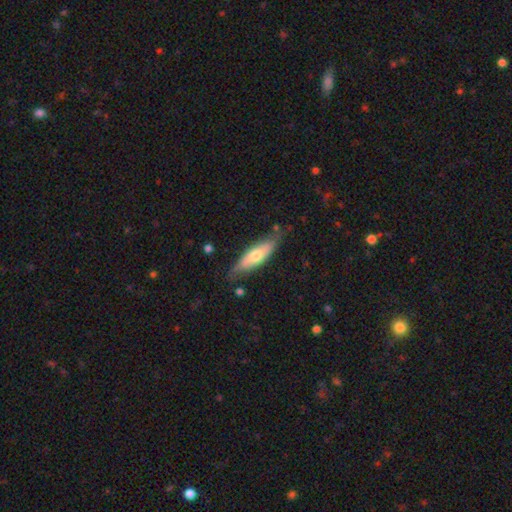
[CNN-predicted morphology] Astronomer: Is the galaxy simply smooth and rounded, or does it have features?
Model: smooth — 55% (runner-up: featured or disk, 39%).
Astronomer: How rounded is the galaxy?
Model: cigar-shaped — 51% (runner-up: in between, 48%).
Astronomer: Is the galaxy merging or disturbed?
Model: none — 71%.